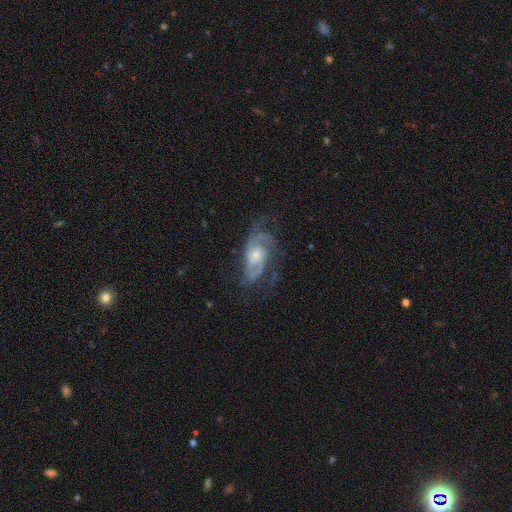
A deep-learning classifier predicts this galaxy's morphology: Smooth or featured?
  - featured or disk: 85% *
  - smooth: 9%
  - star or artifact: 6%
Edge-on disk?
  - no: 96% *
  - yes: 4%
Bar?
  - no: 67% *
  - weak: 27%
  - strong: 6%
Spiral arms?
  - yes: 96% *
  - no: 4%
Spiral winding?
  - medium: 45% *
  - tight: 41%
  - loose: 14%
Spiral arm count?
  - 2: 37% *
  - 3: 30%
  - can't tell: 17%
  - 4: 7%
  - 1: 5%
  - more than 4: 4%
Bulge size?
  - moderate: 49% *
  - small: 42%
  - large: 5%
  - none: 3%
  - dominant: 1%
Merging?
  - none: 61% *
  - minor disturbance: 21%
  - major disturbance: 16%
  - merger: 2%